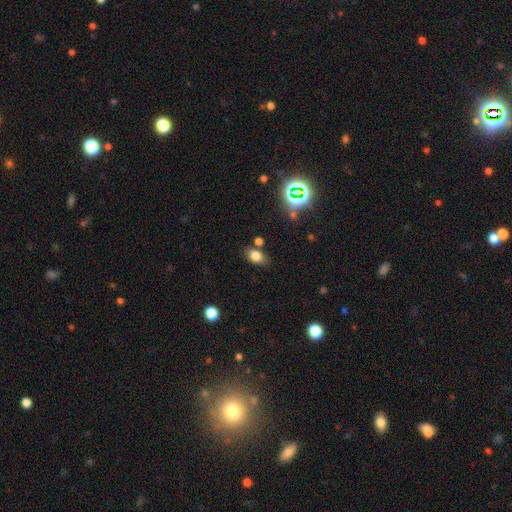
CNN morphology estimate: The model was most divided on "merging": none: 74%, minor disturbance: 14%, merger: 8%, major disturbance: 4%. More confident: how rounded — in between (84%); smooth or featured — smooth (79%).